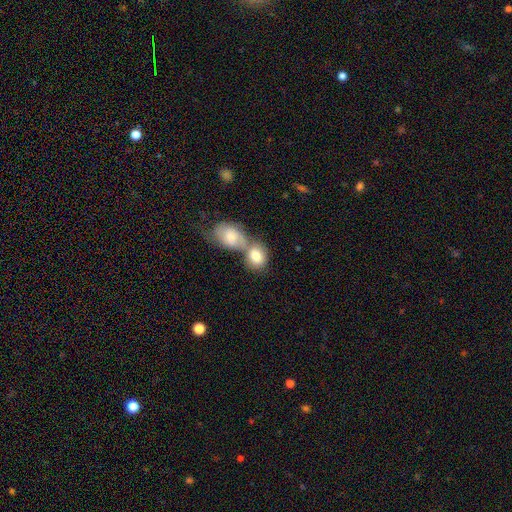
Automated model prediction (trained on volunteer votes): This appears to be a smooth galaxy with no disk features (80%) that is in between round and cigar-shaped (58%). Merging: merger (61%).